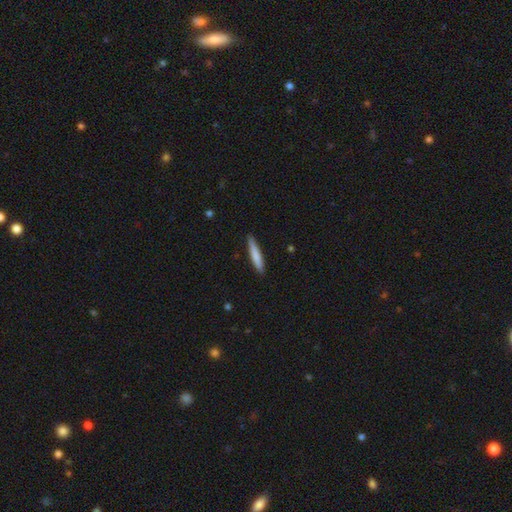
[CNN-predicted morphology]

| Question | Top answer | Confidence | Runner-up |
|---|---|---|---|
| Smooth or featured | smooth | 77% | featured or disk (18%) |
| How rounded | cigar-shaped | 93% | in between (6%) |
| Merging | none | 89% | minor disturbance (8%) |